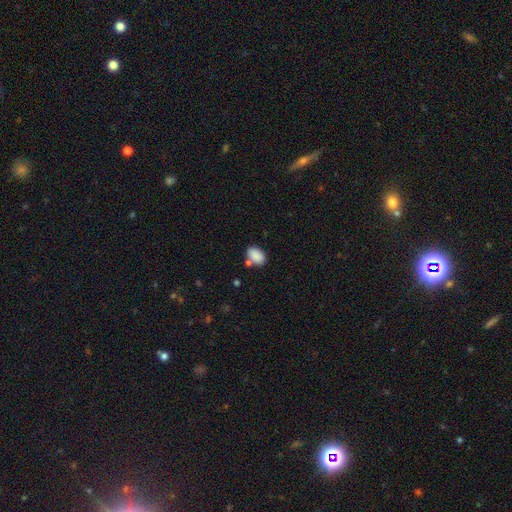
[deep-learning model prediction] Smooth or featured? Predicted: smooth (p=0.88). How rounded? Predicted: in between (p=0.87). Merging? Predicted: none (p=0.68).